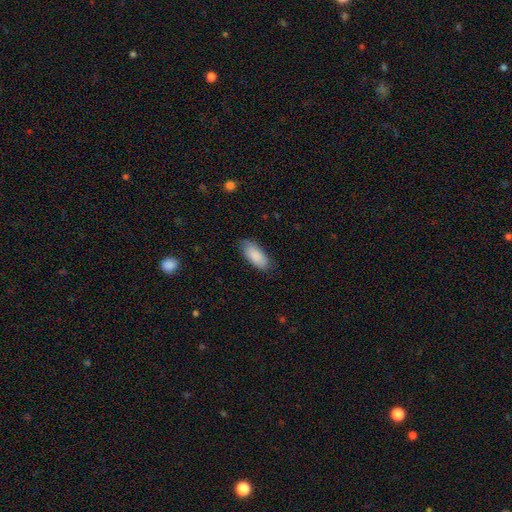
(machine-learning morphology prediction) Smooth or featured?
  - smooth: 88% *
  - featured or disk: 6%
  - star or artifact: 6%
How rounded?
  - in between: 88% *
  - cigar-shaped: 10%
  - round: 2%
Merging?
  - none: 80% *
  - minor disturbance: 16%
  - major disturbance: 3%
  - merger: 1%